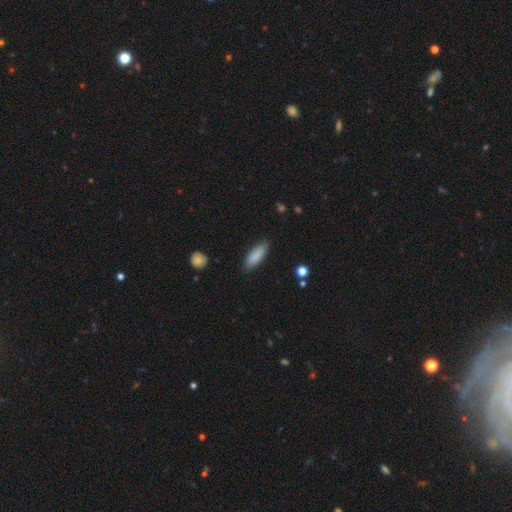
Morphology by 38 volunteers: type=smooth (87%); roundness=in between (70%); merging=none (94%).